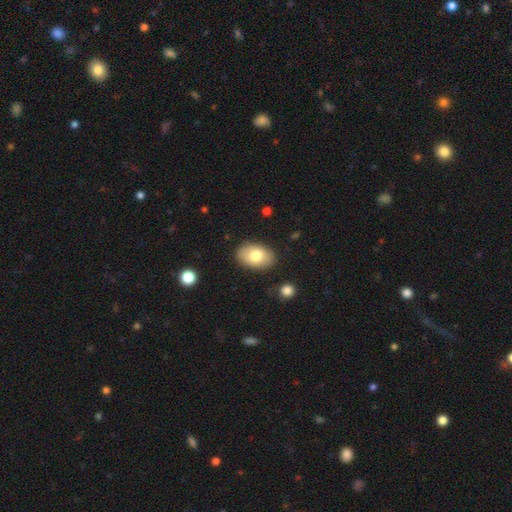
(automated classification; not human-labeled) Smooth or featured? smooth (77%)
How rounded? in between (90%)
Merging? none (86%)